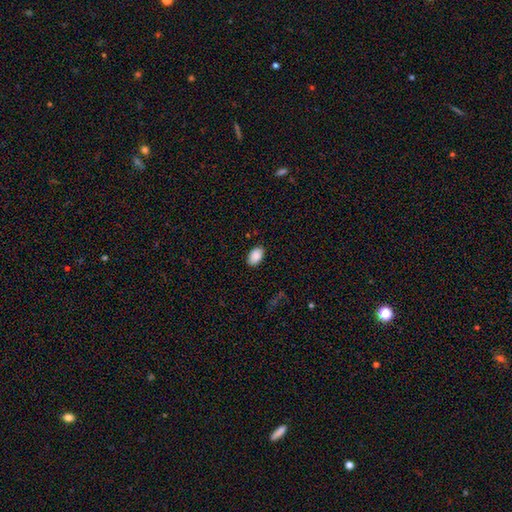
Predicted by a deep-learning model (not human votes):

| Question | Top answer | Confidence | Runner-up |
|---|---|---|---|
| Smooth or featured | smooth | 89% | star or artifact (7%) |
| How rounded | in between | 92% | round (7%) |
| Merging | none | 87% | minor disturbance (10%) |